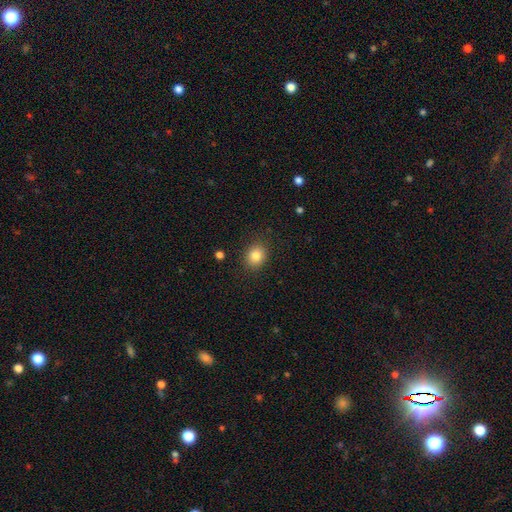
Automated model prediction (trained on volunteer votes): The model was most divided on "how rounded": round: 61%, in between: 38%, cigar-shaped: 1%. More confident: merging — none (87%); smooth or featured — smooth (84%).